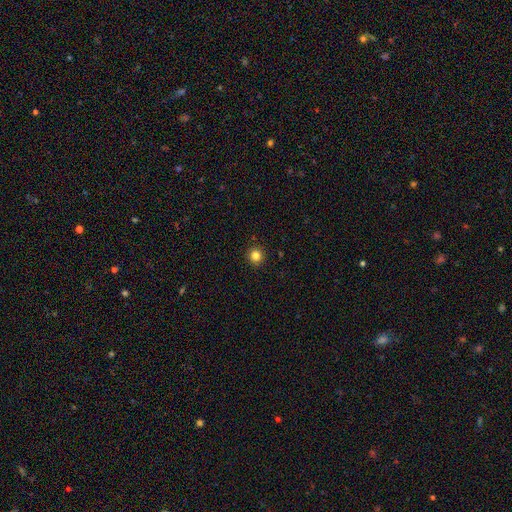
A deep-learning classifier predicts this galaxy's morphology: Smooth or featured: smooth — 82% (star or artifact — 12%)
How rounded: round — 94% (in between — 5%)
Merging: none — 93% (minor disturbance — 4%)